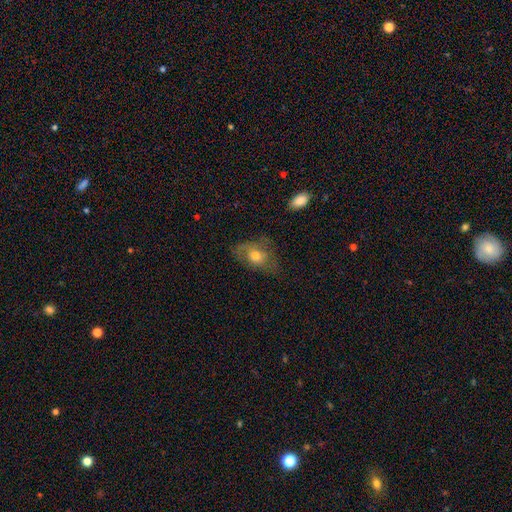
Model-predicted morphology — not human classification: smooth 59%, featured or disk 31%, star or artifact 9%. Down the decision tree: how rounded — in between (72%); merging — none (54%).